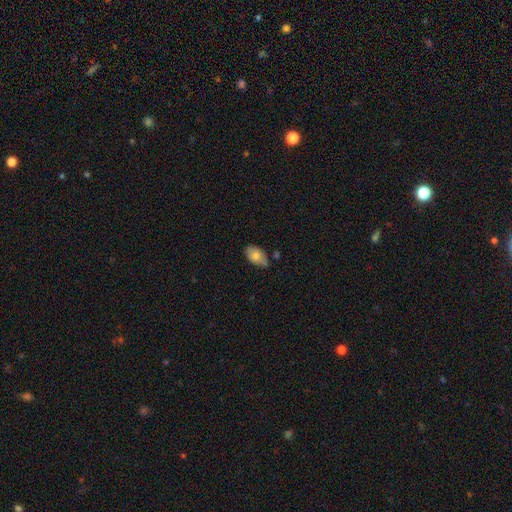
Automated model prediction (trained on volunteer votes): Overall: smooth (74%). How rounded: in between (91%). Merging: none (65%; minor disturbance 27%).